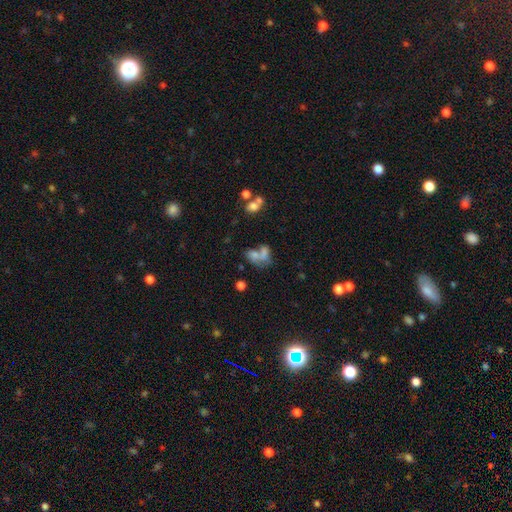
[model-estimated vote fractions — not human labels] smooth 52%, featured or disk 25%, star or artifact 23%. Down the decision tree: how rounded — in between (68%); merging — merger (51%).